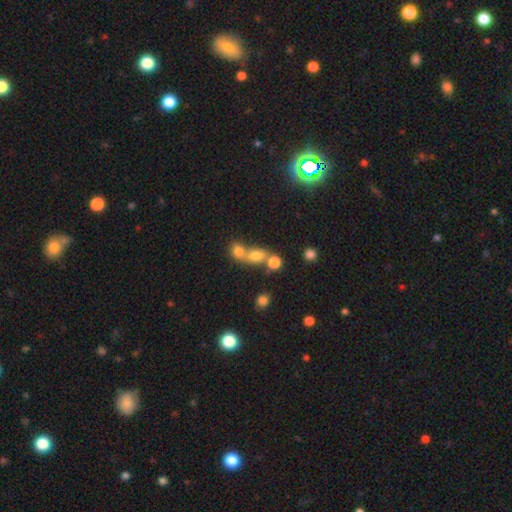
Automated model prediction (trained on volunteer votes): This is likely a smooth galaxy (70%). How rounded: possibly round (51%). Merging: possibly merger (60%).